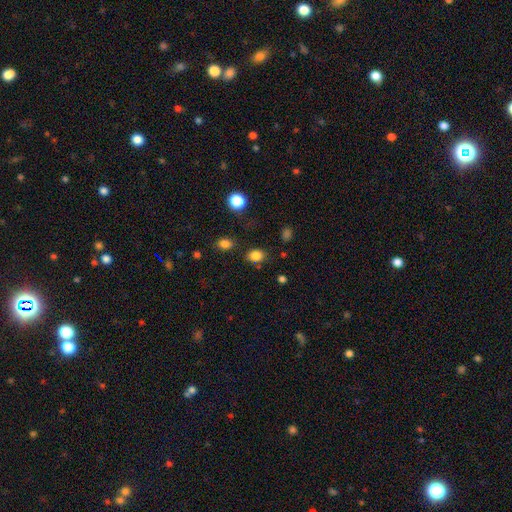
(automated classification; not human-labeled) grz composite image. It shows a smooth galaxy with no disk features (83%) that is in between round and cigar-shaped (64%). Merging: none (81%).